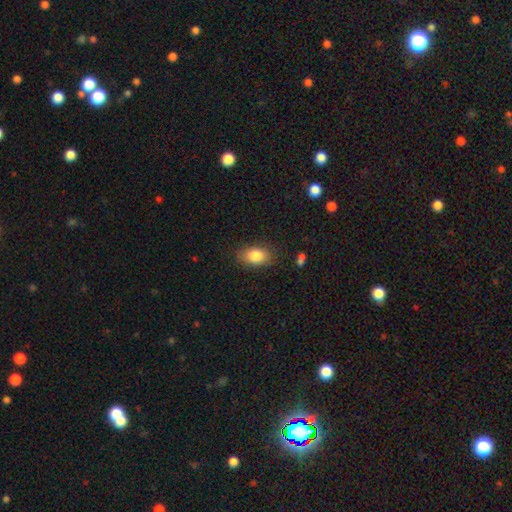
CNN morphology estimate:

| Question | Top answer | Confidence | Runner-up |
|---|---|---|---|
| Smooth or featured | smooth | 84% | star or artifact (8%) |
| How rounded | in between | 85% | round (14%) |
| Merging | none | 81% | minor disturbance (14%) |